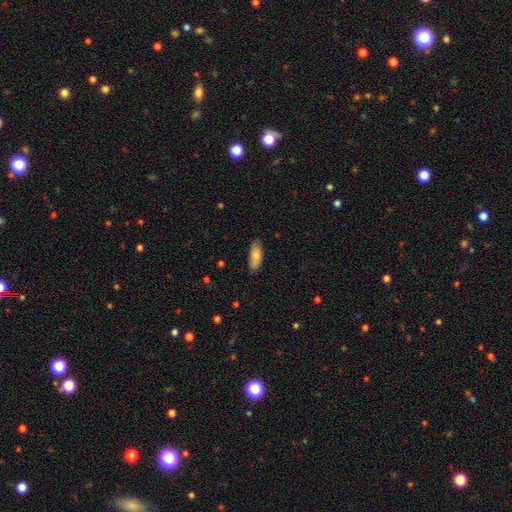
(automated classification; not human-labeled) Q: Smooth or featured?
A: smooth (75%); runner-up: featured or disk (19%)
Q: How rounded?
A: in between (75%); runner-up: cigar-shaped (23%)
Q: Merging?
A: none (80%); runner-up: minor disturbance (17%)